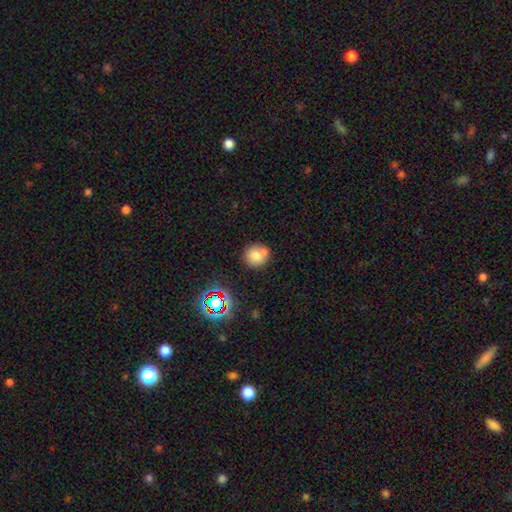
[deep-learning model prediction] Q: Smooth or featured?
A: smooth (75%); runner-up: star or artifact (13%)
Q: How rounded?
A: round (86%); runner-up: in between (13%)
Q: Merging?
A: none (61%); runner-up: merger (19%)